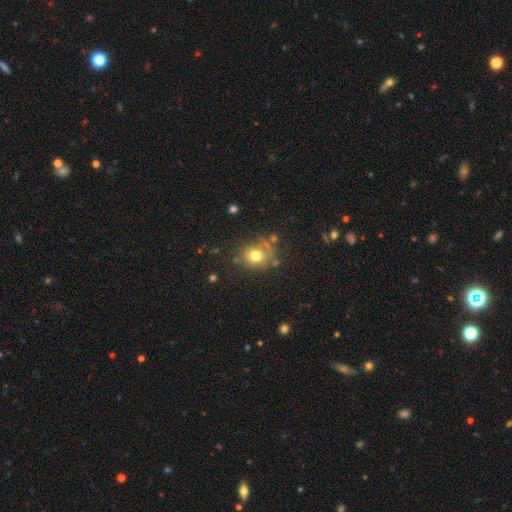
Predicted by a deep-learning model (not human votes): smooth_or_featured: smooth (p=0.73) [alt: star or artifact p=0.14]
how_rounded: round (p=0.77) [alt: in between p=0.22]
merging: none (p=0.69) [alt: minor disturbance p=0.16]